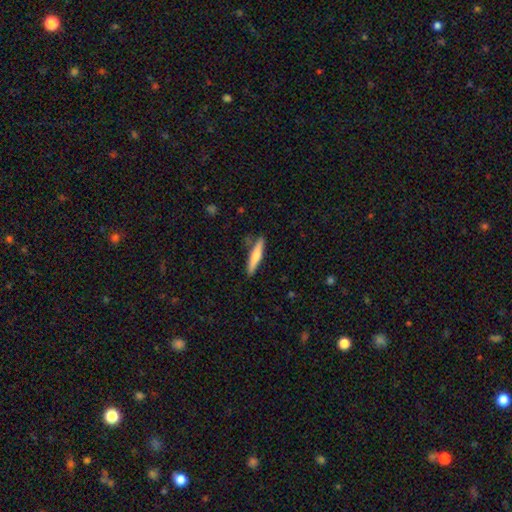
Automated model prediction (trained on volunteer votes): A smooth galaxy with no disk features (59%) that is cigar-shaped (90%).

Vote fractions:
- Smooth or featured? smooth: 59% / featured or disk: 36% / star or artifact: 5%
- How rounded? cigar-shaped: 90% / in between: 9% / round: 1%
- Merging? none: 85% / minor disturbance: 11% / major disturbance: 2% / merger: 2%